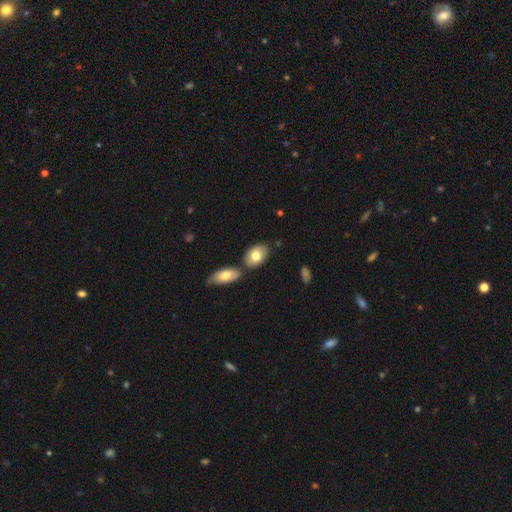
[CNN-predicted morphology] Overall: smooth (77%). How rounded: in between (90%). Merging: none (66%).